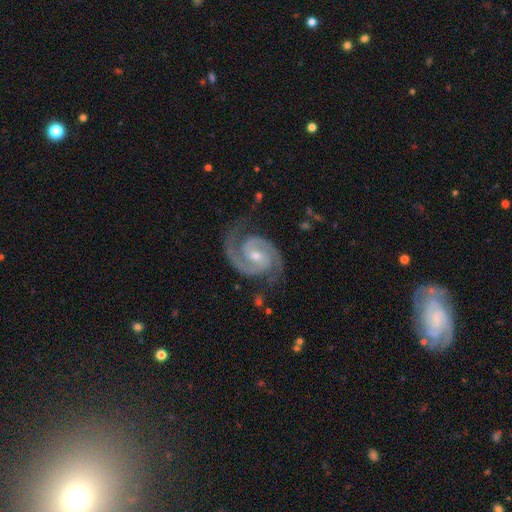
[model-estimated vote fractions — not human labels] Morphology: type=featured or disk (94%); edge-on=no (98%); bar=no (49%); spiral arms=yes (99%); winding=medium (47%, tied with tight); arm count=2 (93%); bulge=small (49%); merging=none (79%).